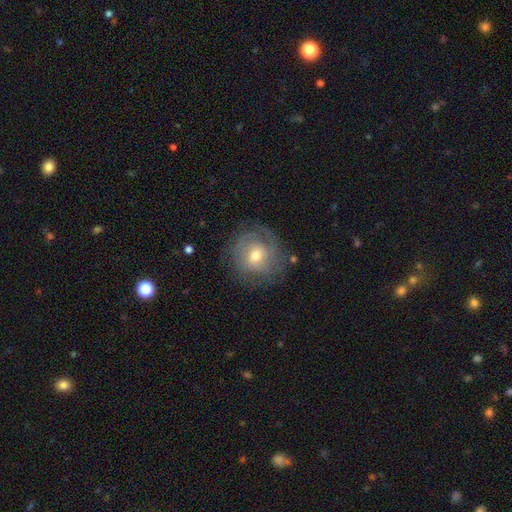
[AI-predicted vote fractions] Overall: featured or disk (57%; smooth 35%). Edge-on disk: no (96%). Bar: no (62%; weak 31%). Spiral arms: yes (74%). Bulge size: moderate (64%; small 29%). Merging: none (73%).